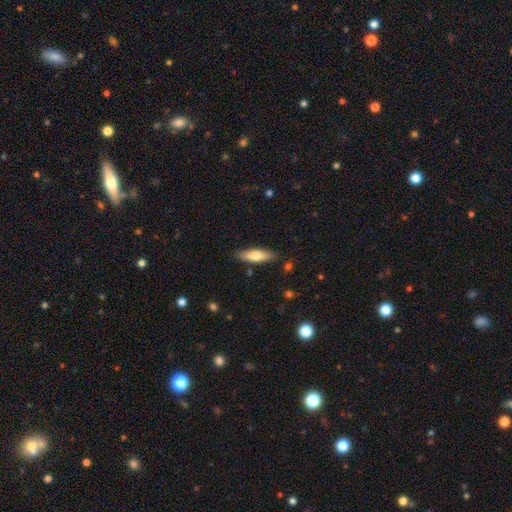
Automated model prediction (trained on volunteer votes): This is likely a smooth galaxy (67%). How rounded: possibly cigar-shaped (51%). Merging: clearly none (86%).